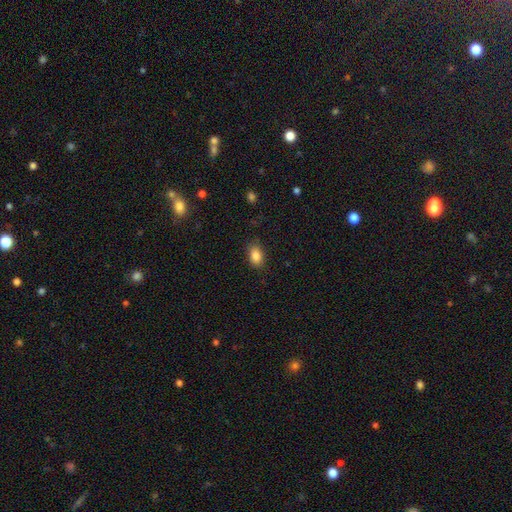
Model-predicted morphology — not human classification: Smooth or featured? smooth (87%)
How rounded? in between (85%)
Merging? none (84%)